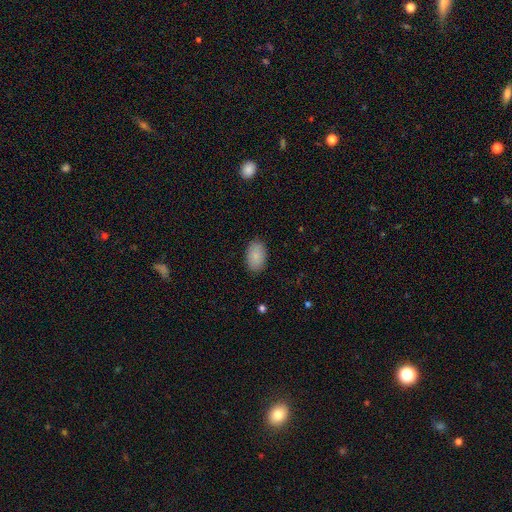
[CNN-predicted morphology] Q: Smooth or featured?
A: smooth (87%); runner-up: star or artifact (7%)
Q: How rounded?
A: in between (92%); runner-up: round (7%)
Q: Merging?
A: none (88%); runner-up: minor disturbance (9%)